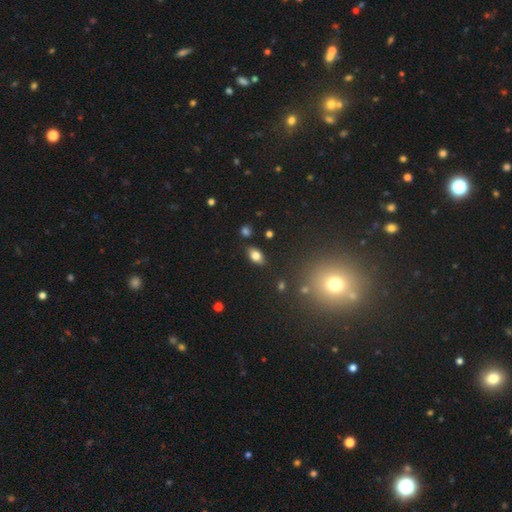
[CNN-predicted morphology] The model was most divided on "smooth or featured": smooth: 77%, featured or disk: 12%, star or artifact: 10%. More confident: how rounded — in between (88%); merging — none (84%).